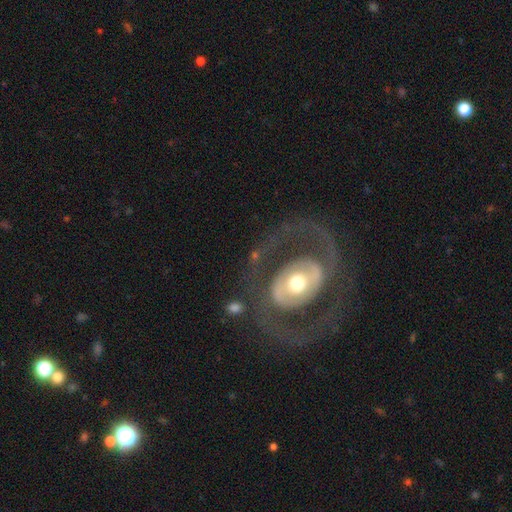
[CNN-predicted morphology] type=featured or disk (78%); edge-on=no (96%); bar=no (57%); spiral arms=yes (62%); bulge=moderate (69%); merging=none (70%).